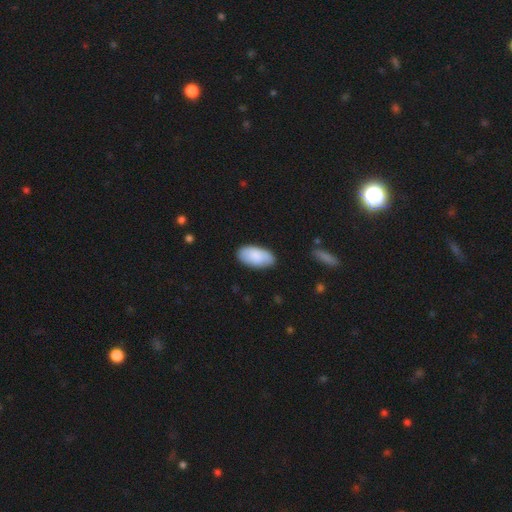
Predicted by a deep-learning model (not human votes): smooth 85%, featured or disk 10%, star or artifact 6%. Down the decision tree: how rounded — in between (95%); merging — none (82%).